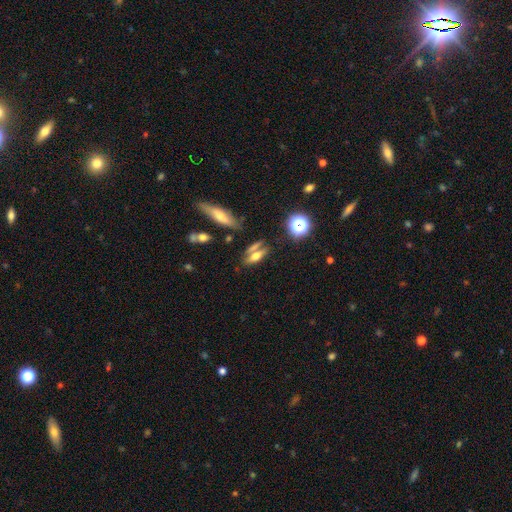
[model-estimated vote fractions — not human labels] A smooth galaxy with no disk features (52%) that is in between round and cigar-shaped (57%). Merging: none (60%).